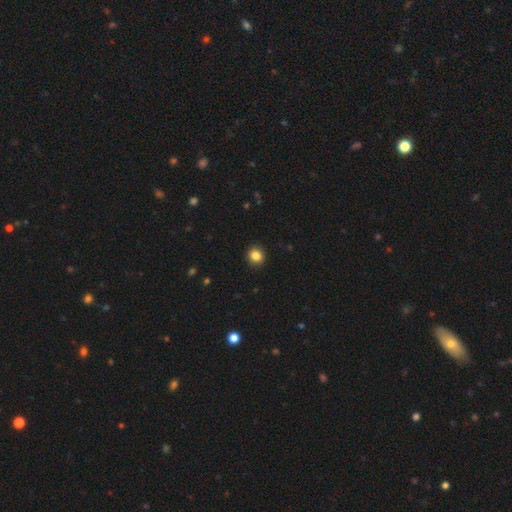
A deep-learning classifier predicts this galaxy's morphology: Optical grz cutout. It shows a smooth galaxy with no disk features (86%) that is round (82%). Merging: none (92%).